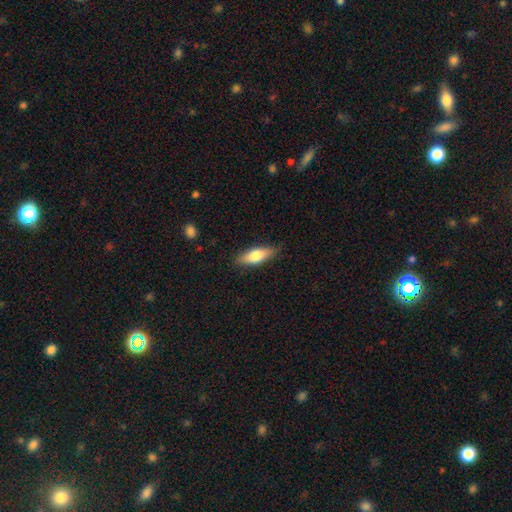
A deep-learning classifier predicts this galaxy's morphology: Smooth or featured? smooth (69%)
How rounded? in between (65%)
Merging? none (85%)